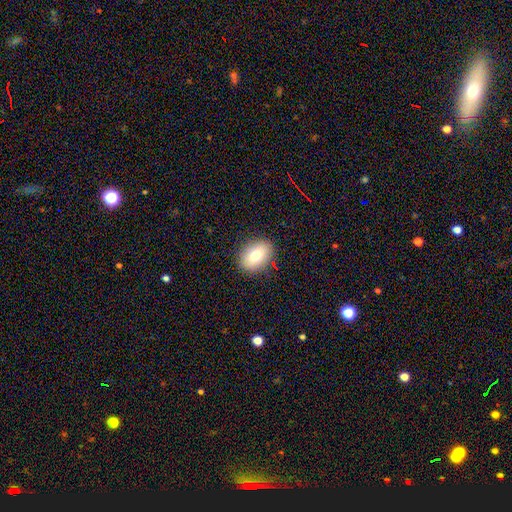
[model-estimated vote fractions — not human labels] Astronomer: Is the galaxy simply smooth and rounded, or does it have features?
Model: smooth — 78%.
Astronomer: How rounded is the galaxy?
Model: in between — 79%.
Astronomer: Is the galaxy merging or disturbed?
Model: none — 87%.